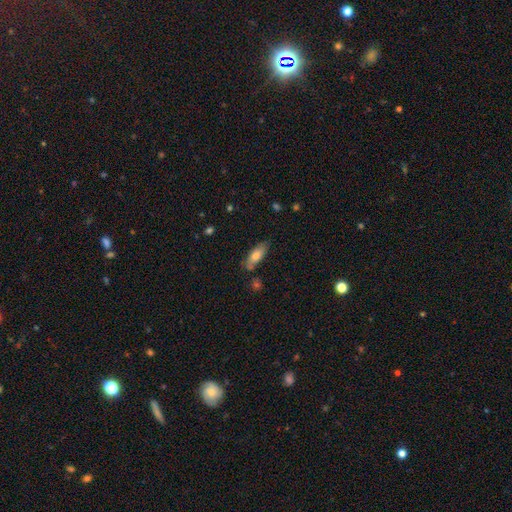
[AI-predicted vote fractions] smooth 72%, featured or disk 22%, star or artifact 6%. Down the decision tree: how rounded — in between (69%); merging — none (72%).